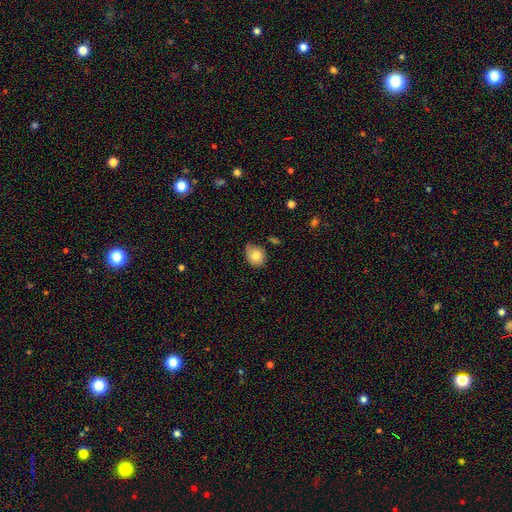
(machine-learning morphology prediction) Q: Smooth or featured?
A: smooth (79%); runner-up: featured or disk (12%)
Q: How rounded?
A: round (56%); runner-up: in between (43%)
Q: Merging?
A: none (63%); runner-up: minor disturbance (30%)